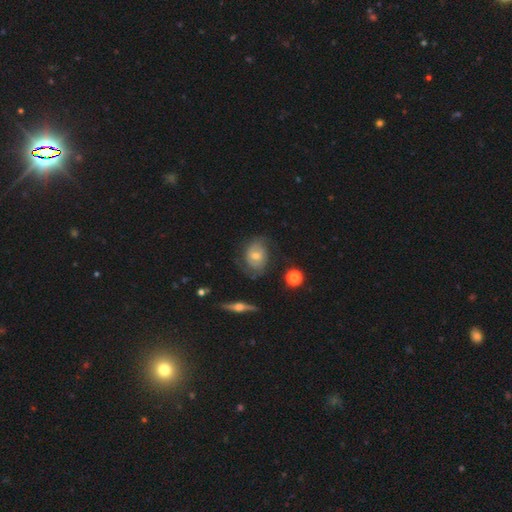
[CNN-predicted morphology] Smooth or featured: featured or disk — 58% (smooth — 34%)
Edge-on disk: no — 92% (yes — 8%)
Bar: no — 65% (weak — 28%)
Spiral arms: yes — 72% (no — 28%)
Bulge size: moderate — 53% (small — 40%)
Merging: none — 61% (minor disturbance — 24%)